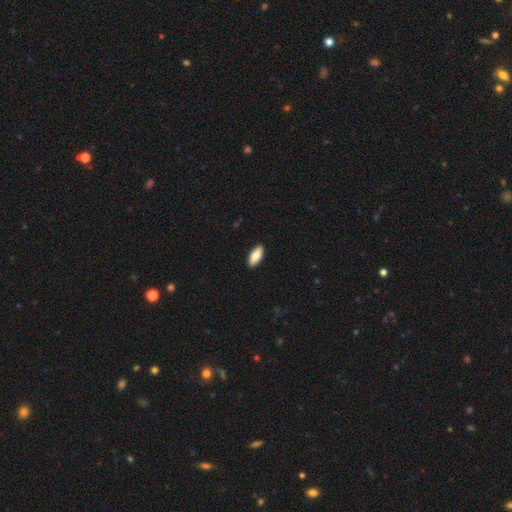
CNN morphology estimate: type=smooth (81%); roundness=in between (80%); merging=none (90%).